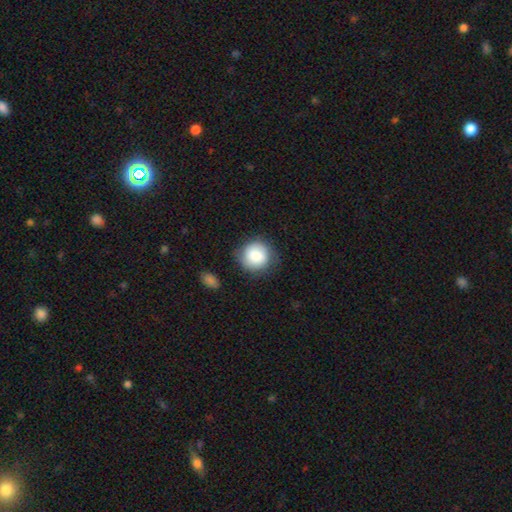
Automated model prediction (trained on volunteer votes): smooth_or_featured: smooth (p=0.81) [alt: featured or disk p=0.12]
how_rounded: round (p=0.88) [alt: in between p=0.11]
merging: none (p=0.73) [alt: minor disturbance p=0.19]